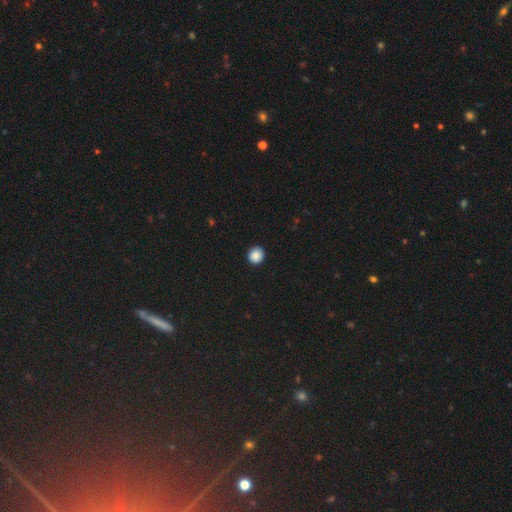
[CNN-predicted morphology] smooth_or_featured: smooth (p=0.88) [alt: star or artifact p=0.09]
how_rounded: round (p=0.93) [alt: in between p=0.06]
merging: none (p=0.93) [alt: minor disturbance p=0.05]